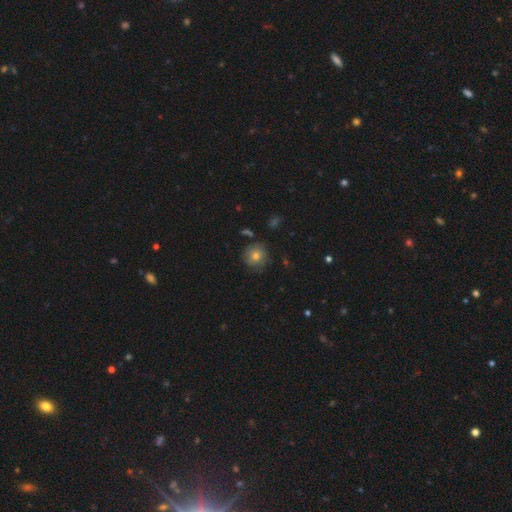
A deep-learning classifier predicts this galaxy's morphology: This appears to be a smooth galaxy with no disk features (71%) that is round (92%). Merging: none (78%).